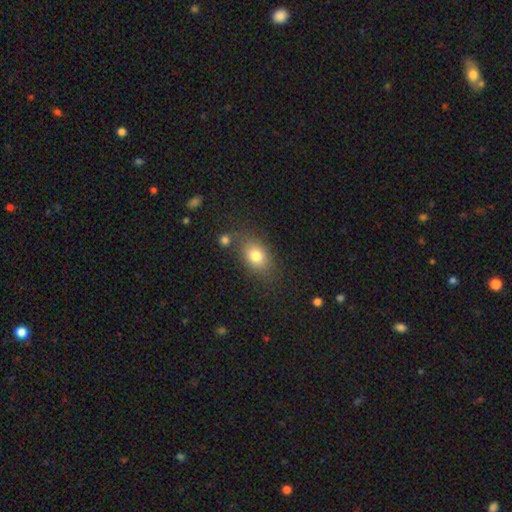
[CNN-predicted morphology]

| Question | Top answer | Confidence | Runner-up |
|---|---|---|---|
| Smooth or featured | smooth | 79% | featured or disk (11%) |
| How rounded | in between | 71% | round (27%) |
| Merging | none | 70% | minor disturbance (15%) |